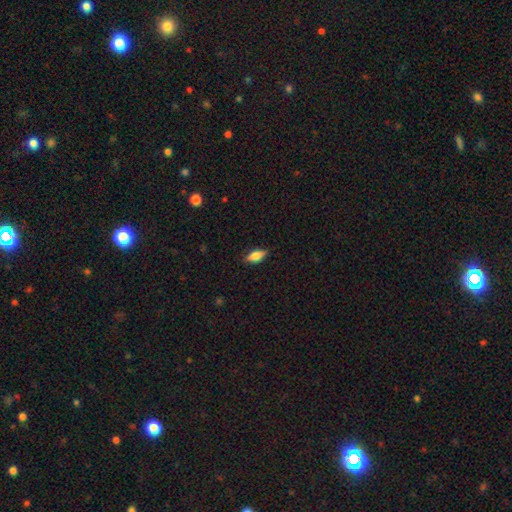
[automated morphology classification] Overall: smooth (78%). How rounded: in between (83%). Merging: none (83%).